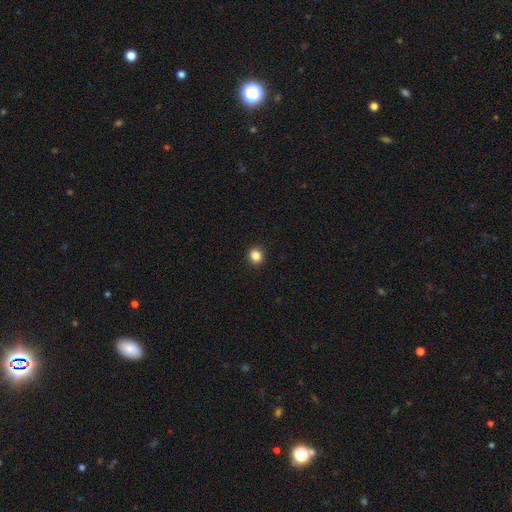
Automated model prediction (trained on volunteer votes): Morphology: type=smooth (86%); roundness=round (84%); merging=none (92%).